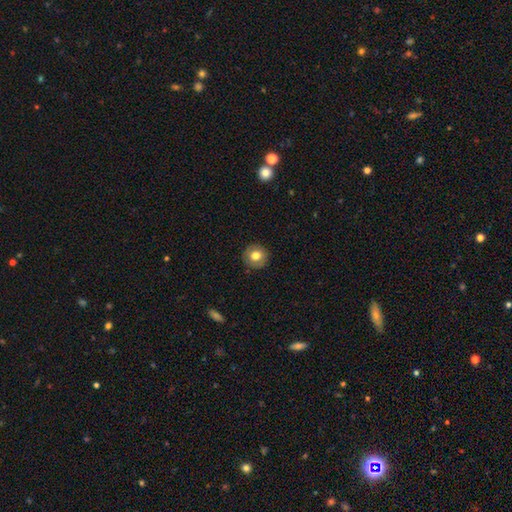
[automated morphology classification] This is likely a smooth galaxy (75%). How rounded: clearly round (94%). Merging: clearly none (91%).